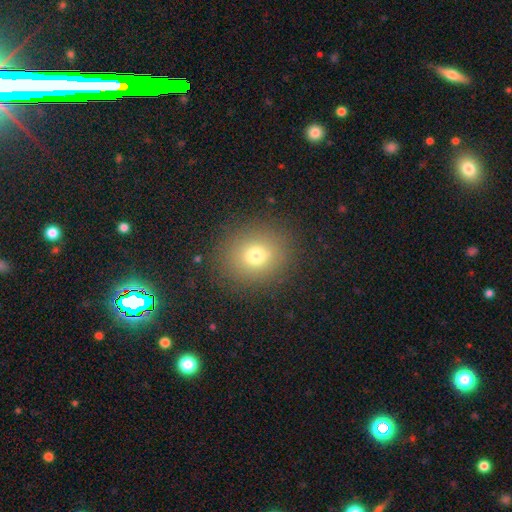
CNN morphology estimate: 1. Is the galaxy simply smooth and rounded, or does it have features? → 73% smooth, 15% star or artifact, 11% featured or disk.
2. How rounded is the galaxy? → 75% round, 24% in between, 1% cigar-shaped.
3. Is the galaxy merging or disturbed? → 87% none, 8% minor disturbance, 4% major disturbance, 1% merger.